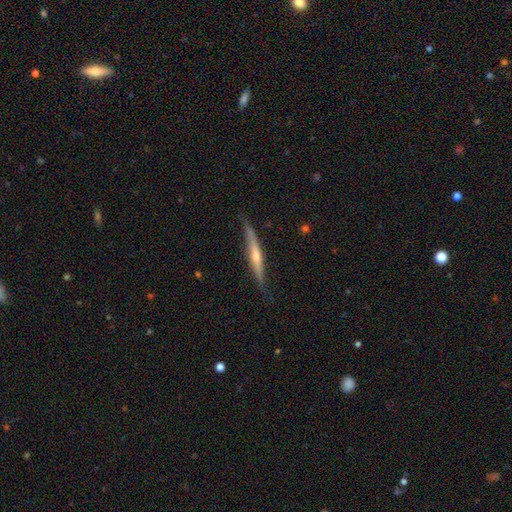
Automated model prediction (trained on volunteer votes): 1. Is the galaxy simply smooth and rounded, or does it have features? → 69% featured or disk, 25% smooth, 5% star or artifact.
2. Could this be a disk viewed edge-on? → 96% yes, 4% no.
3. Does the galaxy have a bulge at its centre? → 76% rounded, 19% none, 5% boxy.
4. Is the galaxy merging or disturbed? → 81% none, 15% minor disturbance, 3% major disturbance, 1% merger.